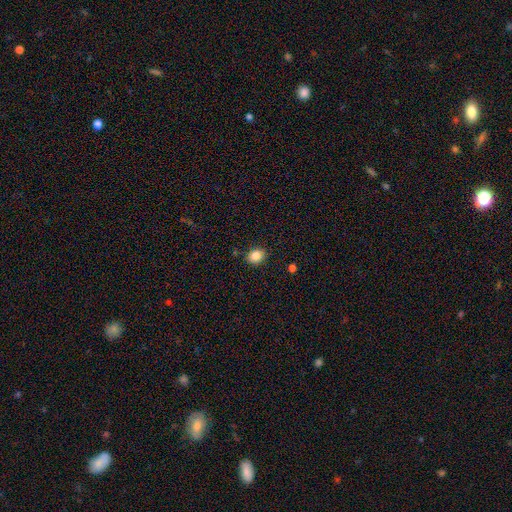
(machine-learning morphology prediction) smooth_or_featured: smooth (p=0.86) [alt: star or artifact p=0.10]
how_rounded: round (p=0.61) [alt: in between p=0.38]
merging: none (p=0.87) [alt: minor disturbance p=0.09]